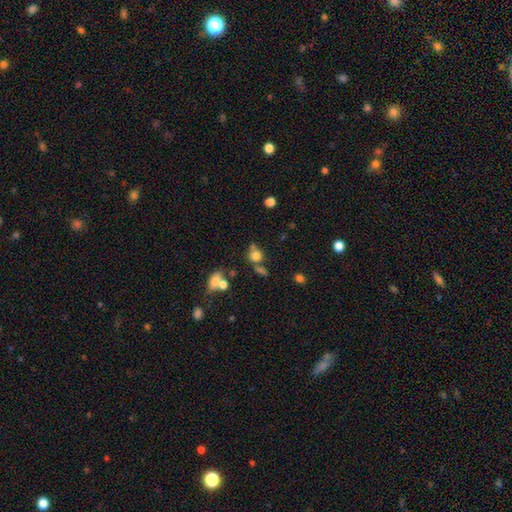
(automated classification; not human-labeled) A smooth galaxy with no disk features (74%) that is round (82%).

Vote fractions:
- Smooth or featured? smooth: 74% / star or artifact: 16% / featured or disk: 11%
- How rounded? round: 82% / in between: 16% / cigar-shaped: 2%
- Merging? none: 55% / merger: 26% / minor disturbance: 13% / major disturbance: 6%